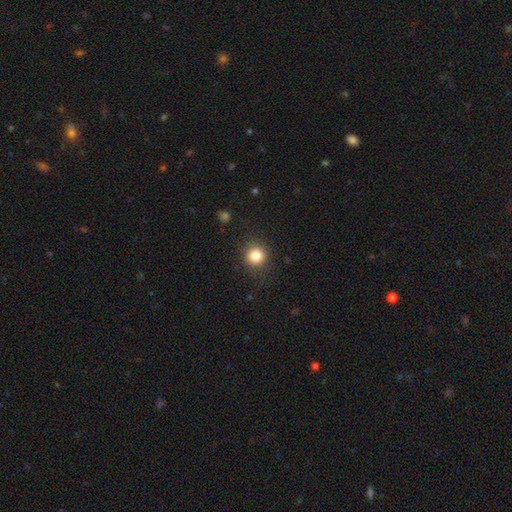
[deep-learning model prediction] Smooth or featured? Predicted: smooth (p=0.83). How rounded? Predicted: round (p=0.92). Merging? Predicted: none (p=0.88).